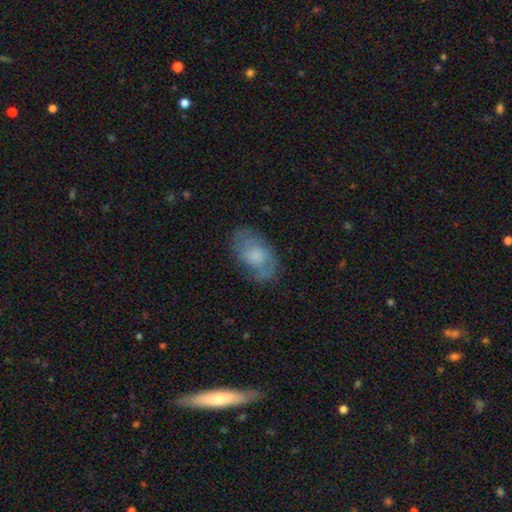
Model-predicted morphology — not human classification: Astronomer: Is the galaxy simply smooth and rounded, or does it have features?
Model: featured or disk — 51% (runner-up: smooth, 41%).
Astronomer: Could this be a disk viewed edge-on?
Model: no — 95%.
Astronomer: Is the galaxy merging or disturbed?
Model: none — 71%.